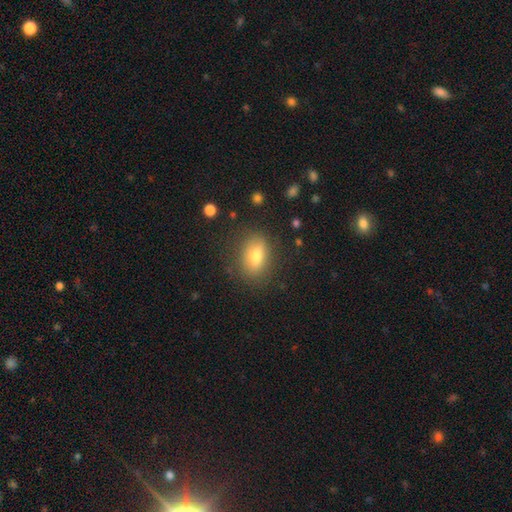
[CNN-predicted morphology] Smooth or featured?
  - smooth: 74% *
  - featured or disk: 15%
  - star or artifact: 11%
How rounded?
  - in between: 79% *
  - round: 15%
  - cigar-shaped: 6%
Merging?
  - none: 83% *
  - minor disturbance: 12%
  - major disturbance: 4%
  - merger: 2%